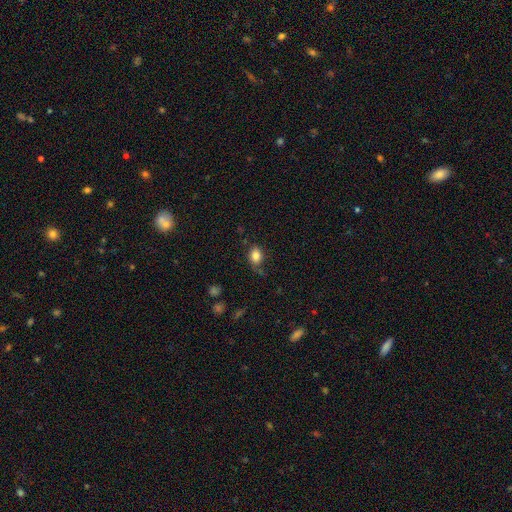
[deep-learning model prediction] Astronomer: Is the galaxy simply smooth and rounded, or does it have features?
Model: smooth — 84%.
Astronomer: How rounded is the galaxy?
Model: in between — 72%.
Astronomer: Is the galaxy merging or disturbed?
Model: none — 70%.